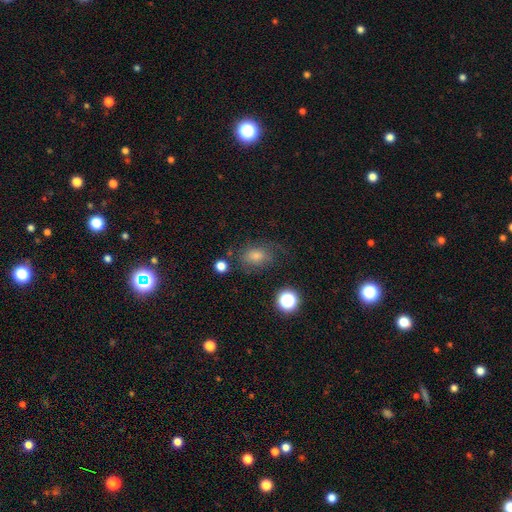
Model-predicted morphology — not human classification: smooth_or_featured: smooth (p=0.55) [alt: star or artifact p=0.23]
how_rounded: in between (p=0.70) [alt: round p=0.28]
merging: none (p=0.63) [alt: minor disturbance p=0.22]